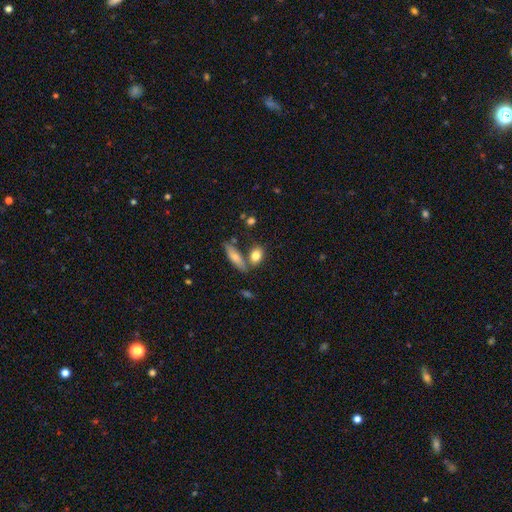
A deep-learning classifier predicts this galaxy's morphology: A smooth galaxy with no disk features (79%) that is in between round and cigar-shaped (69%). Merging: none (60%).